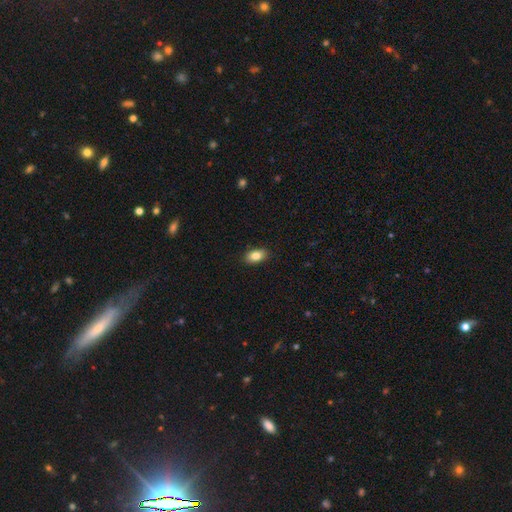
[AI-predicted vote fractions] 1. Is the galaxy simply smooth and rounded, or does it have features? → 85% smooth, 8% star or artifact, 8% featured or disk.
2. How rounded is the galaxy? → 90% in between, 8% round, 3% cigar-shaped.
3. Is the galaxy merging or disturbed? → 88% none, 9% minor disturbance, 2% major disturbance, 1% merger.